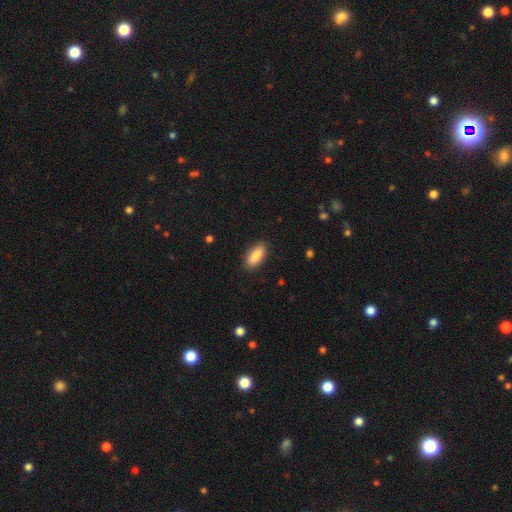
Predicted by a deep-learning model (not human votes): Smooth or featured? Predicted: smooth (p=0.86). How rounded? Predicted: in between (p=0.86). Merging? Predicted: none (p=0.88).